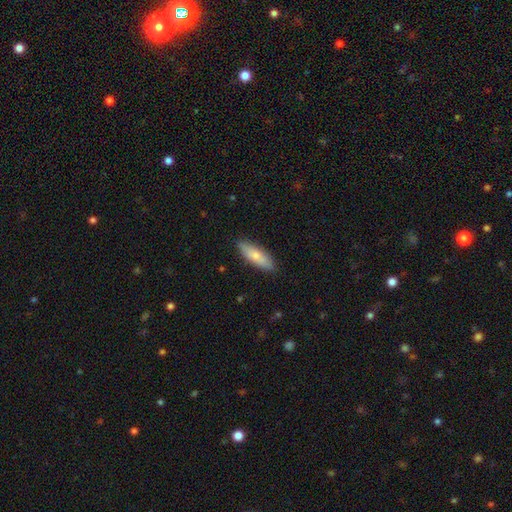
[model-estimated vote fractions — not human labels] This appears to be a smooth galaxy with no disk features (73%) that is in between round and cigar-shaped (57%). Merging: none (85%).